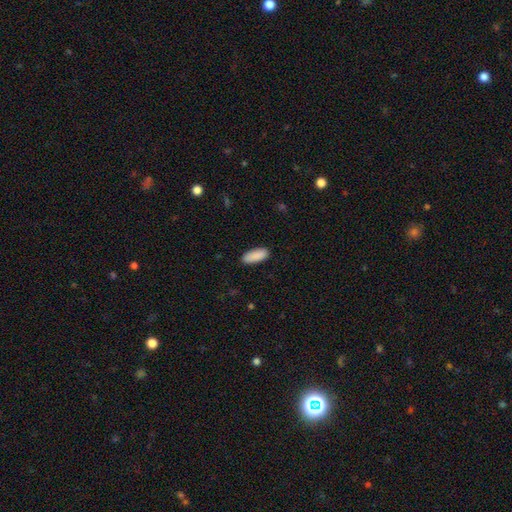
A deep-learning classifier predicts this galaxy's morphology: This appears to be a smooth galaxy with no disk features (91%) that is in between round and cigar-shaped (76%). Merging: none (89%).